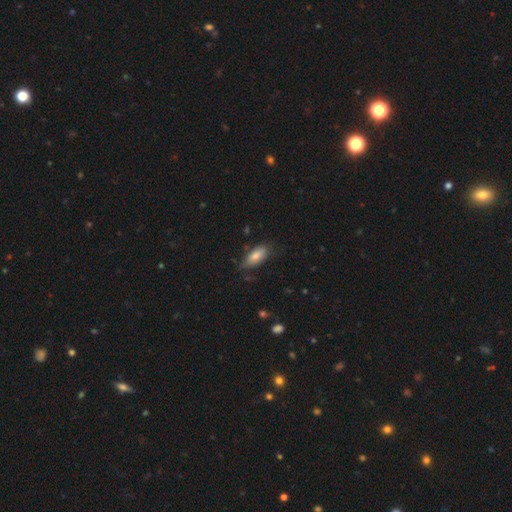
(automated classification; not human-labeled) Smooth or featured? smooth (76%)
How rounded? in between (80%)
Merging? none (68%)